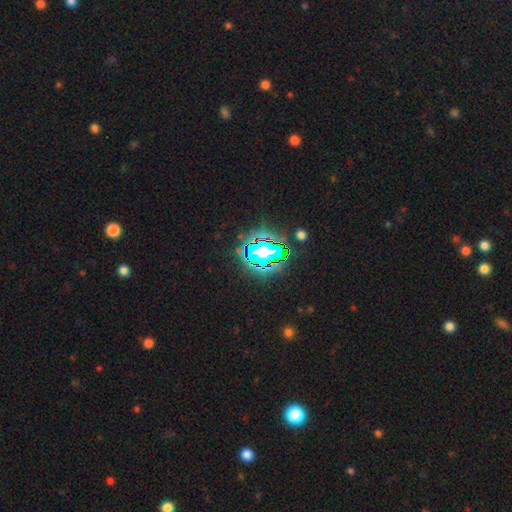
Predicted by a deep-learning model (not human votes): A star or artifact, not a galaxy (81%).